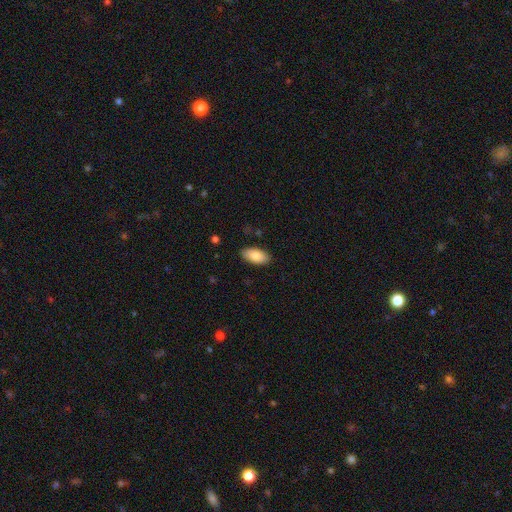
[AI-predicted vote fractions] smooth-or-featured: smooth: 84% | featured or disk: 10% | star or artifact: 6%
  how-rounded: in between: 94% | cigar-shaped: 3% | round: 2%
  merging: none: 88% | minor disturbance: 9% | major disturbance: 2% | merger: 1%